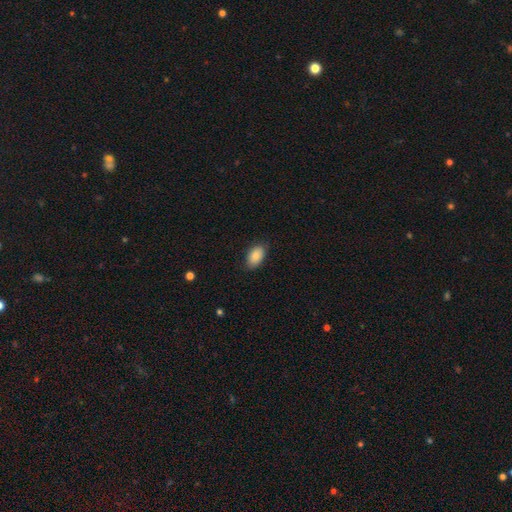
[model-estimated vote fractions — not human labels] Morphology: type=smooth (85%); roundness=in between (92%); merging=none (83%).